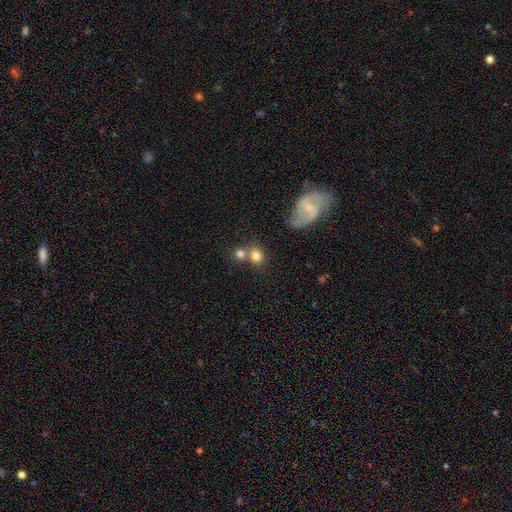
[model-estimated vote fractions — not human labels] Smooth or featured?
  - smooth: 77% *
  - featured or disk: 13%
  - star or artifact: 10%
How rounded?
  - round: 77% *
  - in between: 22%
  - cigar-shaped: 1%
Merging?
  - none: 48% *
  - merger: 37%
  - minor disturbance: 10%
  - major disturbance: 5%